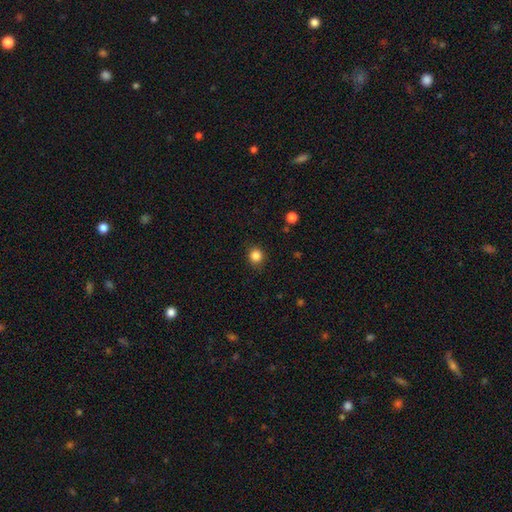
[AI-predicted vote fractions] This appears to be a smooth galaxy with no disk features (85%) that is round (89%). Merging: none (89%).